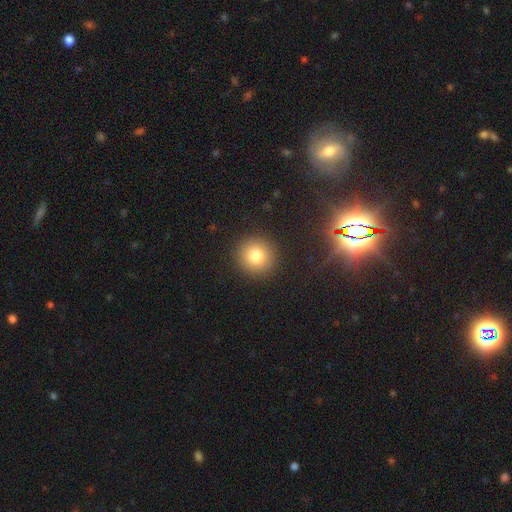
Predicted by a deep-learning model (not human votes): Morphology: type=smooth (80%); roundness=round (93%); merging=none (91%).